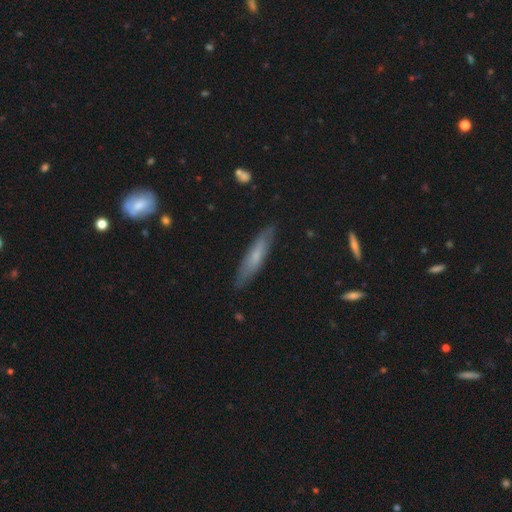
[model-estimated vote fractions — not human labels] Smooth or featured?
  - smooth: 58% *
  - featured or disk: 36%
  - star or artifact: 6%
How rounded?
  - cigar-shaped: 81% *
  - in between: 17%
  - round: 1%
Merging?
  - none: 83% *
  - minor disturbance: 13%
  - major disturbance: 2%
  - merger: 1%